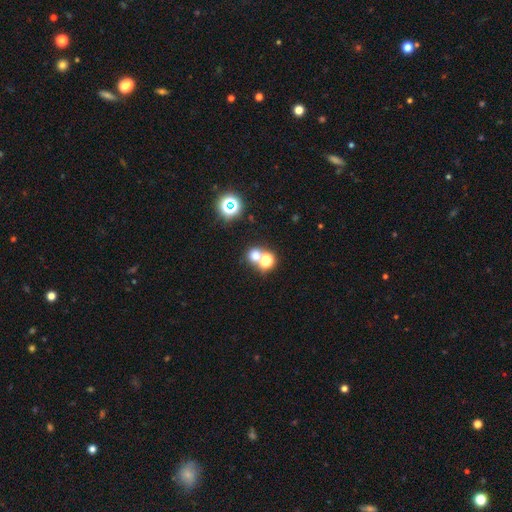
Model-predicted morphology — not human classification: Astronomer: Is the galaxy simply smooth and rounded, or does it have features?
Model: smooth — 62%.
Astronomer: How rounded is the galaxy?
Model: round — 82%.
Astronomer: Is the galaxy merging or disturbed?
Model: none — 51% (runner-up: merger, 40%).